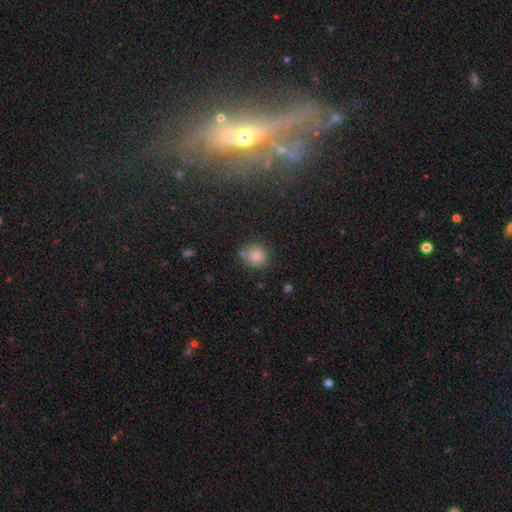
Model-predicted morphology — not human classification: type=smooth (83%); roundness=round (90%); merging=none (74%).